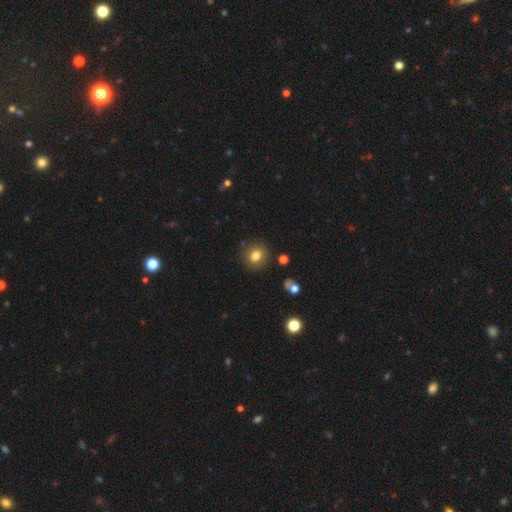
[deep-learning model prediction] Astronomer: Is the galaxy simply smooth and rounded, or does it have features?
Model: smooth — 79%.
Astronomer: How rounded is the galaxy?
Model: round — 79%.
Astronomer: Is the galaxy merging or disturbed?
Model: none — 87%.